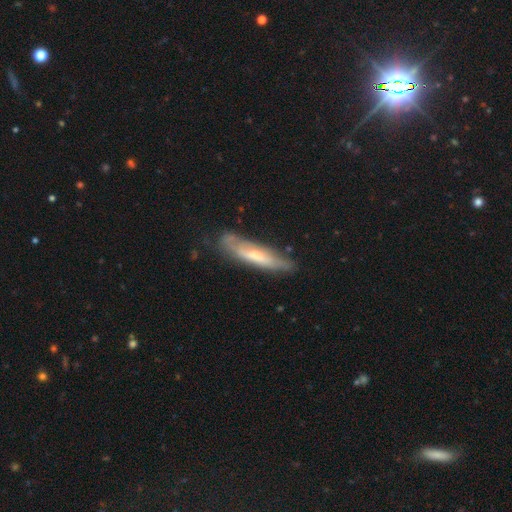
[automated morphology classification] Overall: featured or disk (48%; smooth 46%). Merging: none (65%).